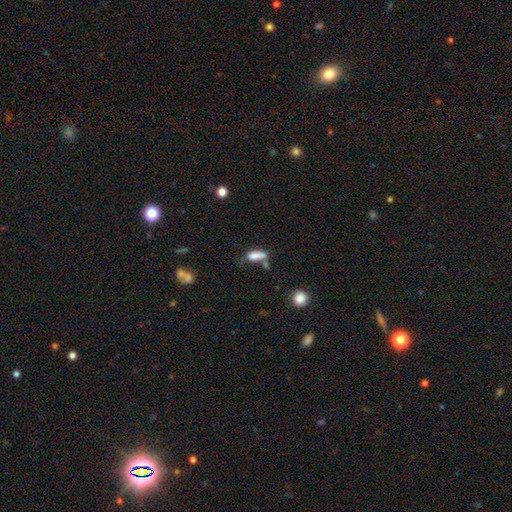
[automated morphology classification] Smooth or featured?
  - smooth: 76% *
  - featured or disk: 13%
  - star or artifact: 10%
How rounded?
  - in between: 60% *
  - cigar-shaped: 35%
  - round: 4%
Merging?
  - none: 35% *
  - merger: 24%
  - minor disturbance: 24%
  - major disturbance: 16%